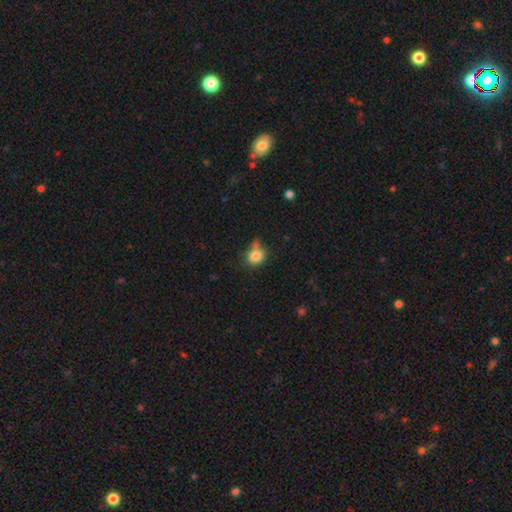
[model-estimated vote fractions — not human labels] Smooth or featured?
  - smooth: 82% *
  - star or artifact: 10%
  - featured or disk: 8%
How rounded?
  - round: 63% *
  - in between: 35%
  - cigar-shaped: 1%
Merging?
  - none: 52% *
  - minor disturbance: 27%
  - merger: 13%
  - major disturbance: 8%